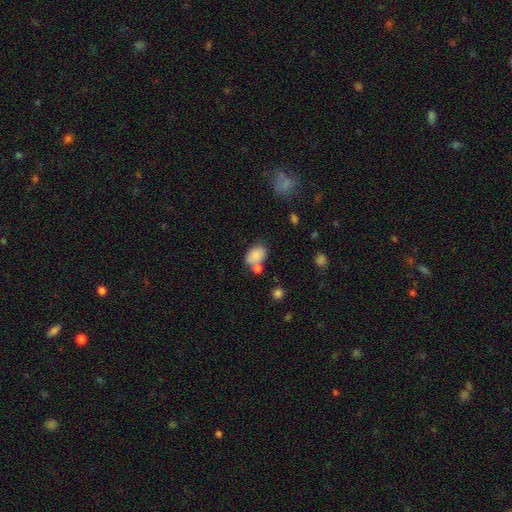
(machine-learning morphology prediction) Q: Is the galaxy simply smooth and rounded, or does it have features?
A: smooth — 83%.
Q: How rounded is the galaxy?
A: in between — 82%.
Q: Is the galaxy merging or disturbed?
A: none — 50%.